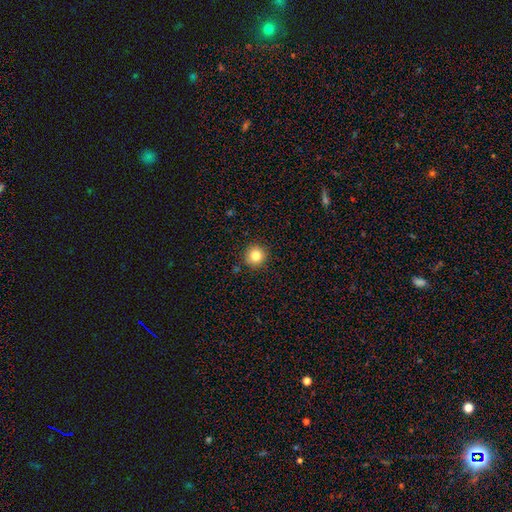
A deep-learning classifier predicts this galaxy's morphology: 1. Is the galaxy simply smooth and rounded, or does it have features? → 82% smooth, 11% star or artifact, 7% featured or disk.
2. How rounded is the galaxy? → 94% round, 5% in between, 1% cigar-shaped.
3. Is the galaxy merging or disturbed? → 90% none, 6% minor disturbance, 2% major disturbance, 2% merger.